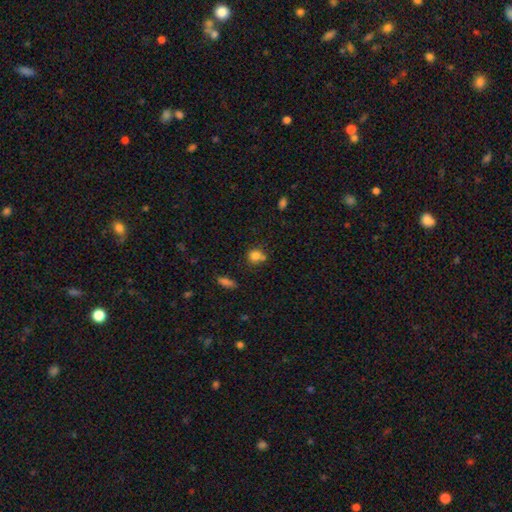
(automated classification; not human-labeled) Smooth or featured: smooth — 79% (star or artifact — 12%)
How rounded: round — 67% (in between — 31%)
Merging: none — 49% (merger — 26%)